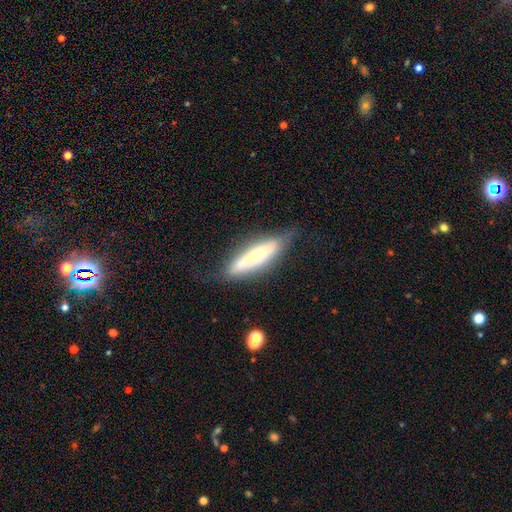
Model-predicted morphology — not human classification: Overall: smooth (52%; featured or disk 41%). How rounded: cigar-shaped (71%). Merging: none (67%).